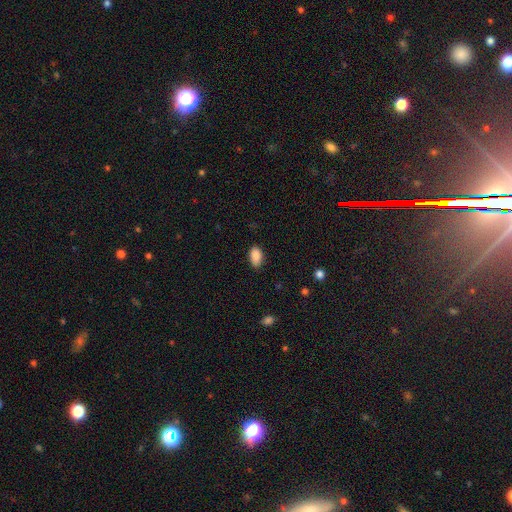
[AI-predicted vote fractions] Smooth or featured?
  - smooth: 89% *
  - star or artifact: 8%
  - featured or disk: 3%
How rounded?
  - in between: 92% *
  - round: 6%
  - cigar-shaped: 2%
Merging?
  - none: 81% *
  - minor disturbance: 15%
  - major disturbance: 3%
  - merger: 1%